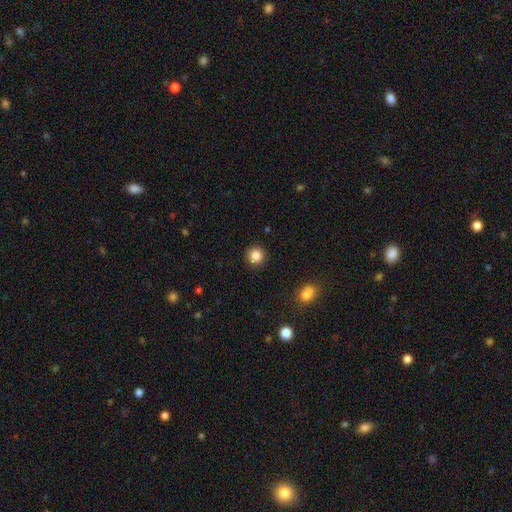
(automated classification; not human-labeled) Q: Smooth or featured?
A: smooth (85%); runner-up: star or artifact (11%)
Q: How rounded?
A: round (93%); runner-up: in between (6%)
Q: Merging?
A: none (88%); runner-up: minor disturbance (8%)